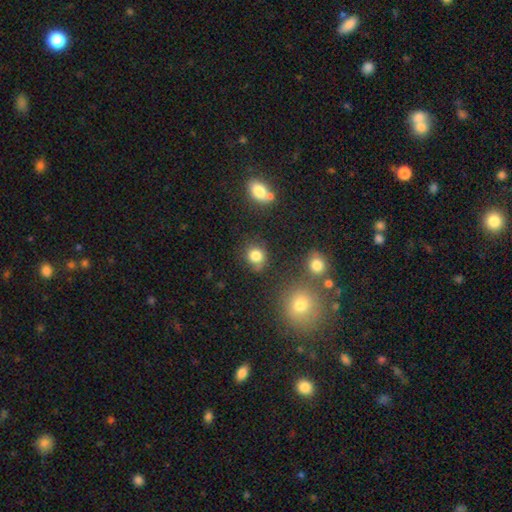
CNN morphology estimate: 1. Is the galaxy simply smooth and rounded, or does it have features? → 82% smooth, 12% star or artifact, 6% featured or disk.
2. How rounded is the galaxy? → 78% round, 21% in between, 1% cigar-shaped.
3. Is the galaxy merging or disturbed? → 73% none, 16% minor disturbance, 6% merger, 5% major disturbance.